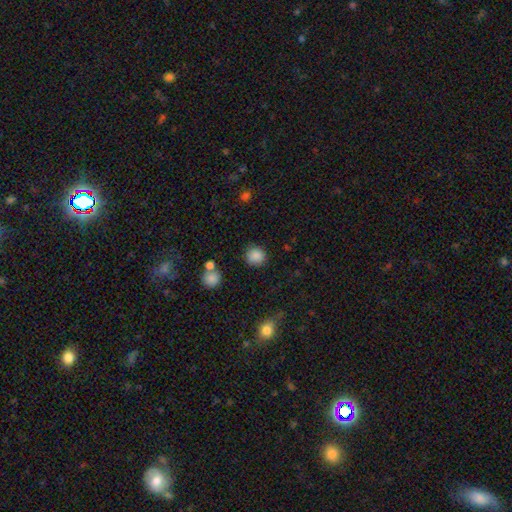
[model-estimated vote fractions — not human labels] Q: Smooth or featured?
A: smooth (87%); runner-up: star or artifact (10%)
Q: How rounded?
A: round (91%); runner-up: in between (8%)
Q: Merging?
A: none (86%); runner-up: minor disturbance (8%)